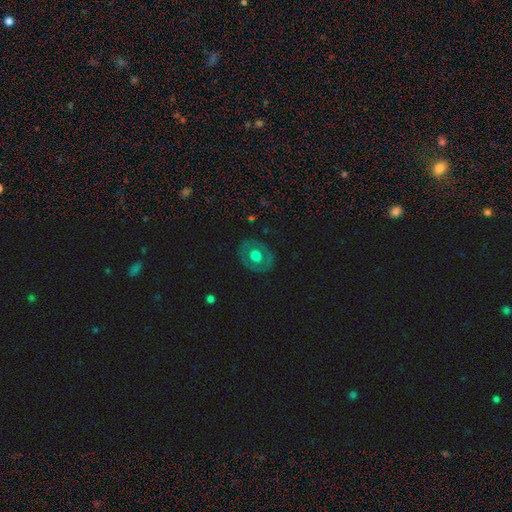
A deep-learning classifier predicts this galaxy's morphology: Smooth or featured? Predicted: smooth (p=0.51). How rounded? Predicted: in between (p=0.51). Merging? Predicted: none (p=0.82).